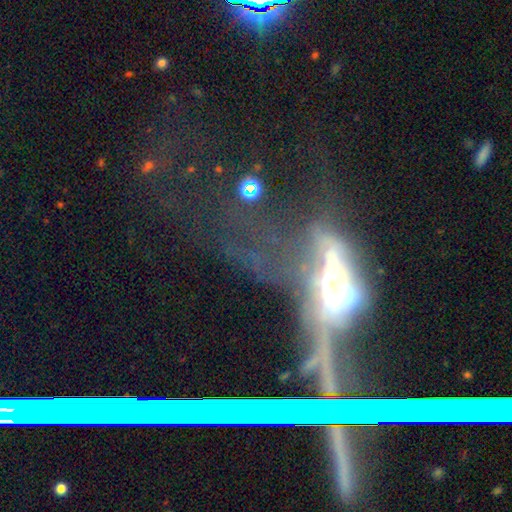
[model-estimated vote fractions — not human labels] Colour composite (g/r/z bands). It shows a featured or disk galaxy (46%). Merging: major disturbance (41%).